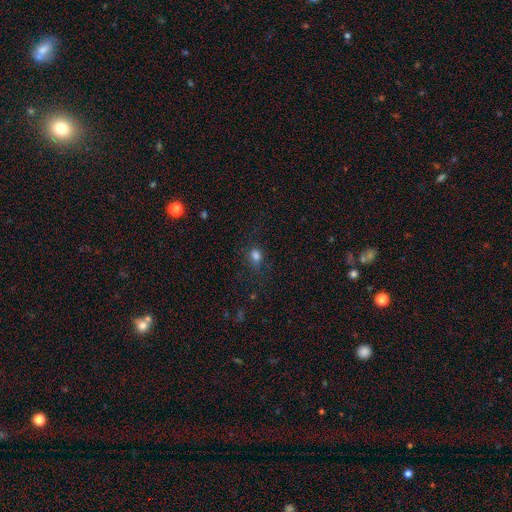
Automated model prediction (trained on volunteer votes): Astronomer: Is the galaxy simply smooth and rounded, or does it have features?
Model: smooth — 77%.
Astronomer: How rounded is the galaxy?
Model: round — 55% (runner-up: in between, 43%).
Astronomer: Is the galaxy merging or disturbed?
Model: none — 64%.